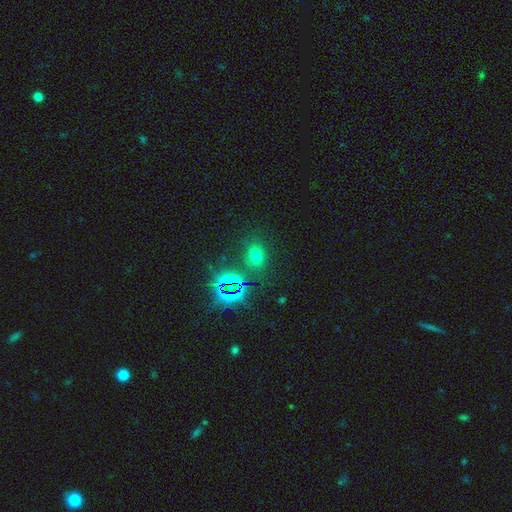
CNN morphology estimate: type=smooth (58%); roundness=in between (62%); merging=none (77%).